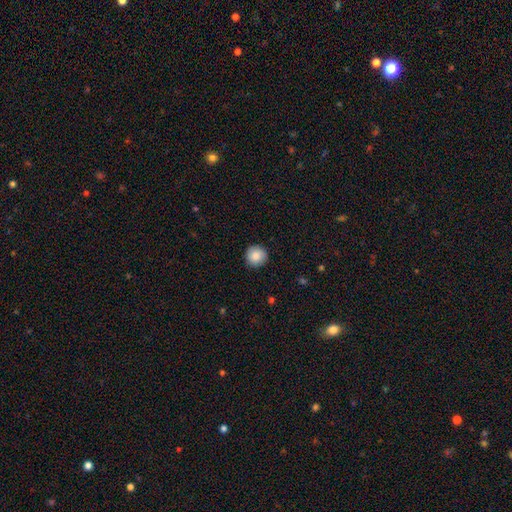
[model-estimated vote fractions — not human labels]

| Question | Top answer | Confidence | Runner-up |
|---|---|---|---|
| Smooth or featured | smooth | 86% | star or artifact (8%) |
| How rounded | round | 95% | in between (5%) |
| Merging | none | 90% | minor disturbance (7%) |